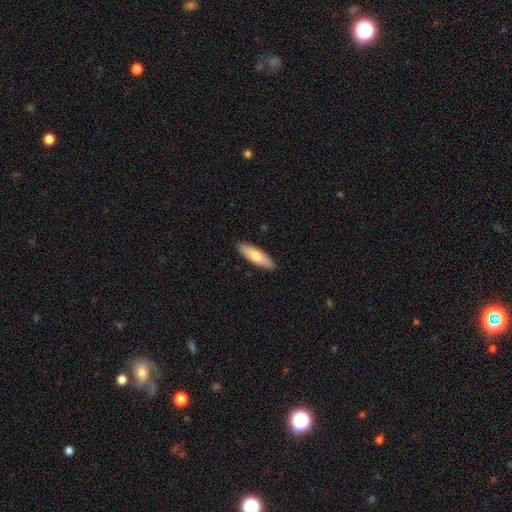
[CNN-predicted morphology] Smooth or featured: smooth — 76% (featured or disk — 19%)
How rounded: cigar-shaped — 50% (in between — 48%)
Merging: none — 90% (minor disturbance — 8%)